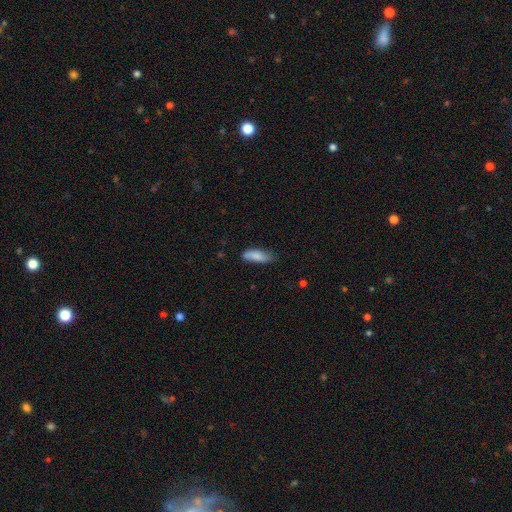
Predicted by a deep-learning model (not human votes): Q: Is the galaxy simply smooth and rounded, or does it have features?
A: smooth — 83%.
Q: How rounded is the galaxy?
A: in between — 58%.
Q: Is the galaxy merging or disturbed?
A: none — 69%.